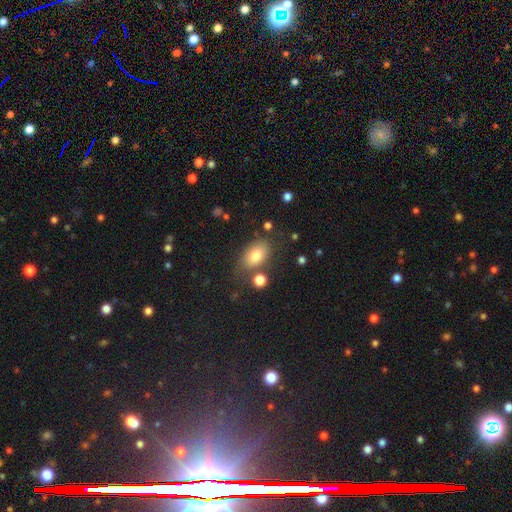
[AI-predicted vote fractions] Overall: smooth (78%). How rounded: in between (86%). Merging: none (71%).